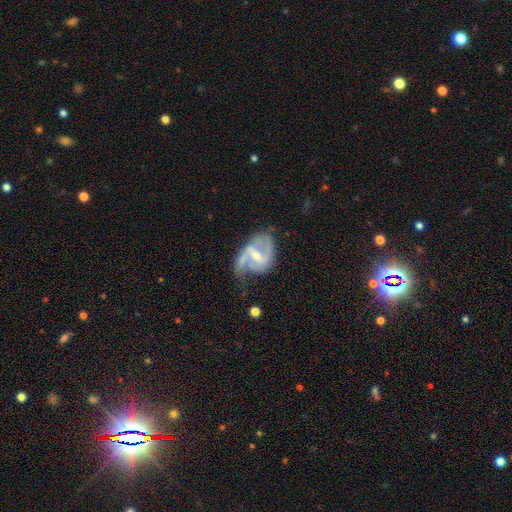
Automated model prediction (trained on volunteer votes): Q: Smooth or featured?
A: featured or disk (84%); runner-up: smooth (10%)
Q: Edge-on disk?
A: no (97%); runner-up: yes (3%)
Q: Bar?
A: weak (48%); runner-up: strong (38%)
Q: Spiral arms?
A: yes (91%); runner-up: no (9%)
Q: Spiral winding?
A: medium (44%); runner-up: loose (42%)
Q: Spiral arm count?
A: 2 (81%); runner-up: can't tell (7%)
Q: Bulge size?
A: small (52%); runner-up: moderate (43%)
Q: Merging?
A: none (48%); runner-up: minor disturbance (29%)